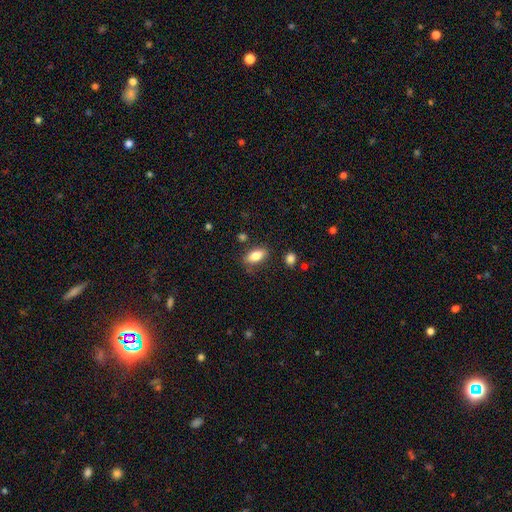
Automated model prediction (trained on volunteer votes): The model was most divided on "merging": none: 81%, minor disturbance: 13%, major disturbance: 3%, merger: 3%. More confident: how rounded — in between (87%); smooth or featured — smooth (83%).